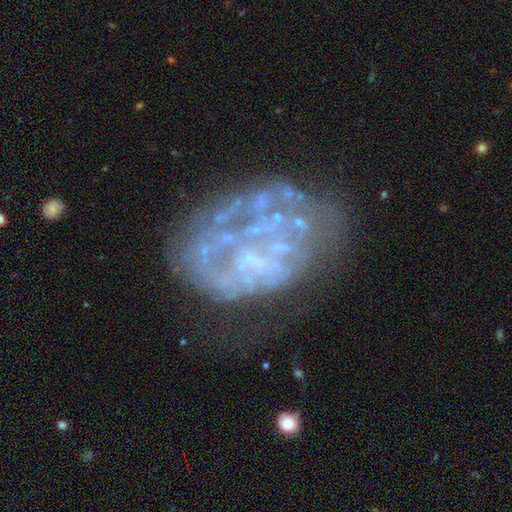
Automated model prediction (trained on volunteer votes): This is likely a featured or disk galaxy (74%). It is clearly not viewed edge-on (98%). Bar: clearly no (86%). Spiral arm pattern: likely no (74%). Central bulge: likely none (68%). Merging: marginally none (42%).